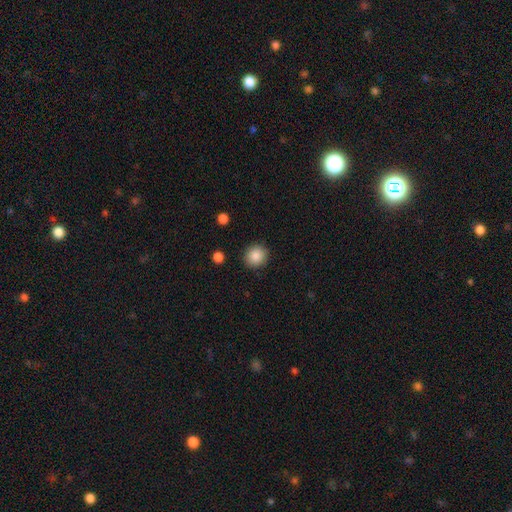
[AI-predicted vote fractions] This appears to be a smooth galaxy with no disk features (87%) that is round (88%). Merging: none (90%).